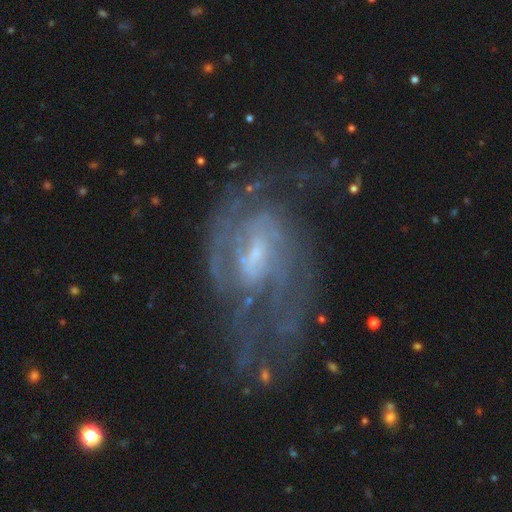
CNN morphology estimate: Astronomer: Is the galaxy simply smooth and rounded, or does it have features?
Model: featured or disk — 85%.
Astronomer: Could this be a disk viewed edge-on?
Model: no — 96%.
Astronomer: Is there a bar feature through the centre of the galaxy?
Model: weak — 54%.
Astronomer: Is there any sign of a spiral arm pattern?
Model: yes — 90%.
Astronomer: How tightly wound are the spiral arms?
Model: medium — 45% (runner-up: tight, 37%).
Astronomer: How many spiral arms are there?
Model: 2 — 43% (runner-up: can't tell, 31%).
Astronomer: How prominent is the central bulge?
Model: small — 60%.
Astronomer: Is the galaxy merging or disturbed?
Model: none — 56%.